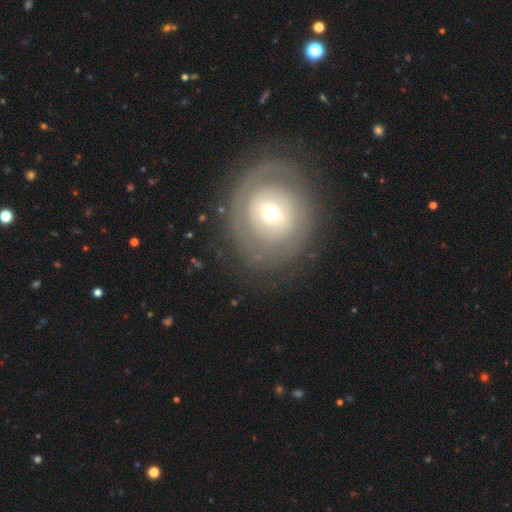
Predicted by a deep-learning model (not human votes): This appears to be a featured or disk galaxy (67%) with no bar (73%), spiral arms (67%) and a moderate central bulge (47%). Merging: none (81%).